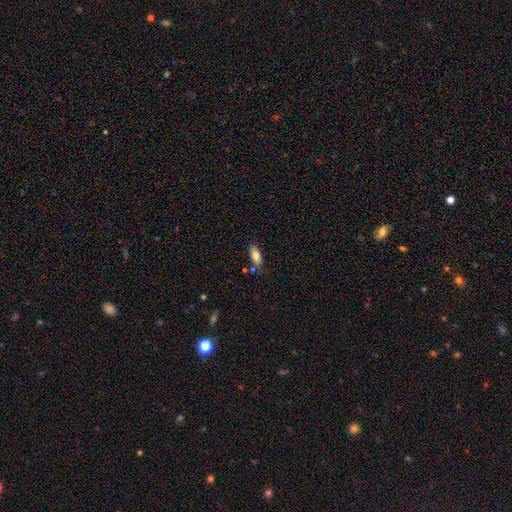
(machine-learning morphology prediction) type=smooth (80%); roundness=in between (78%); merging=none (73%).